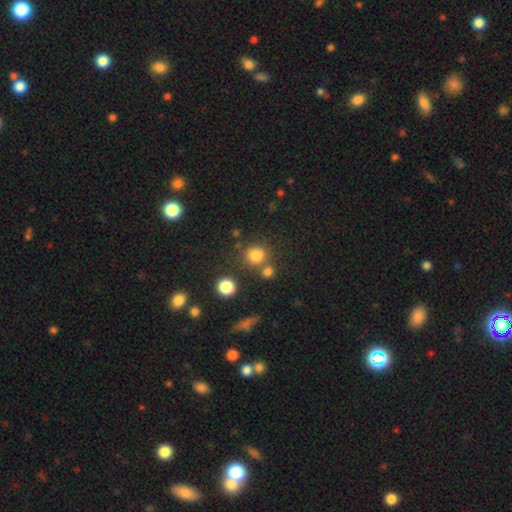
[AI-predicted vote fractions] Morphology: type=smooth (79%); roundness=round (84%); merging=none (66%).